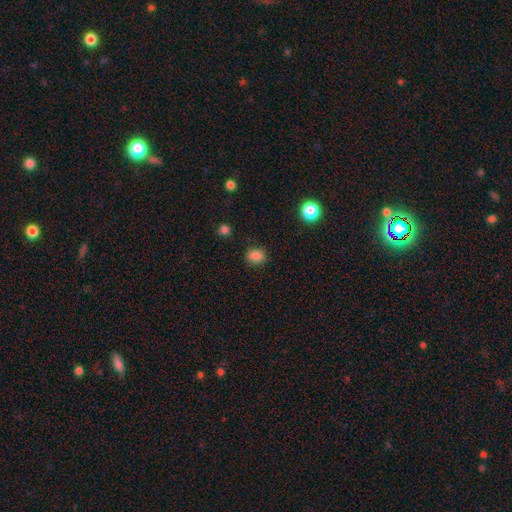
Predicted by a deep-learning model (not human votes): Smooth or featured?
  - smooth: 84% *
  - star or artifact: 12%
  - featured or disk: 4%
How rounded?
  - round: 55% *
  - in between: 44%
  - cigar-shaped: 1%
Merging?
  - none: 84% *
  - minor disturbance: 11%
  - major disturbance: 3%
  - merger: 2%